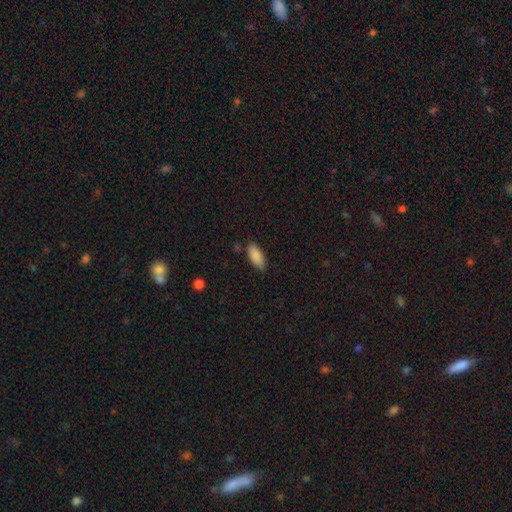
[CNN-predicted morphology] Smooth or featured?
  - smooth: 88% *
  - star or artifact: 6%
  - featured or disk: 6%
How rounded?
  - in between: 85% *
  - cigar-shaped: 13%
  - round: 2%
Merging?
  - none: 81% *
  - minor disturbance: 14%
  - major disturbance: 3%
  - merger: 2%